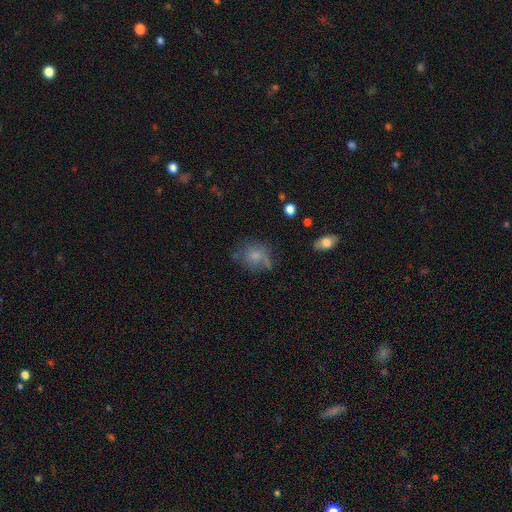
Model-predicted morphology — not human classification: The model was most divided on "how rounded": round: 60%, in between: 38%, cigar-shaped: 1%. More confident: smooth or featured — smooth (66%); merging — none (52%).